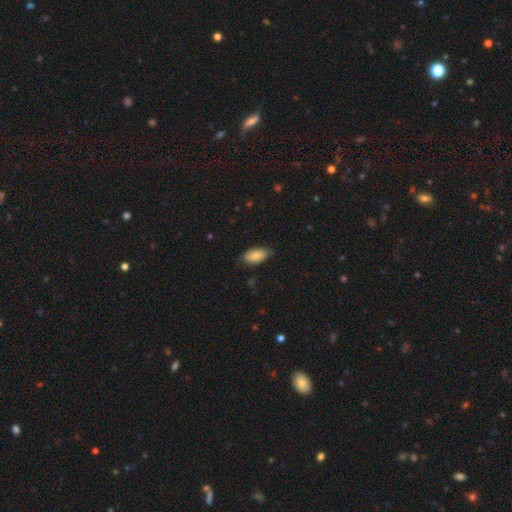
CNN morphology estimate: A smooth galaxy with no disk features (82%) that is in between round and cigar-shaped (93%).

Vote fractions:
- Smooth or featured? smooth: 82% / featured or disk: 12% / star or artifact: 6%
- How rounded? in between: 93% / cigar-shaped: 5% / round: 3%
- Merging? none: 72% / minor disturbance: 24% / major disturbance: 3% / merger: 1%